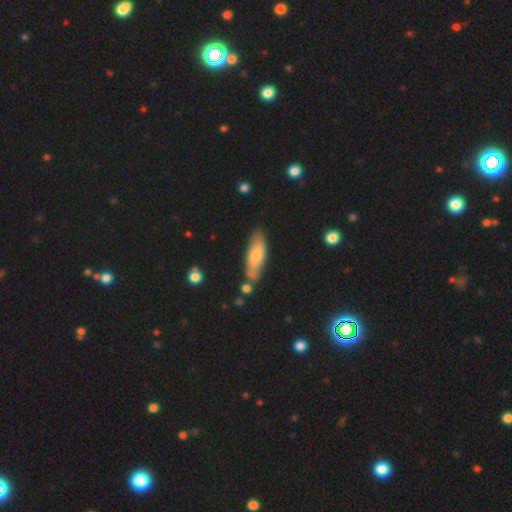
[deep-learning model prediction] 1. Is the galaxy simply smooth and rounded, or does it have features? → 62% smooth, 32% featured or disk, 6% star or artifact.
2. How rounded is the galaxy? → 51% cigar-shaped, 47% in between, 2% round.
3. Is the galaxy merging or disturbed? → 77% none, 15% minor disturbance, 5% merger, 3% major disturbance.